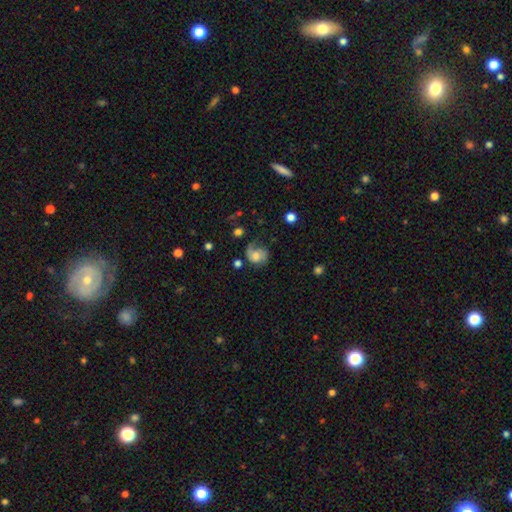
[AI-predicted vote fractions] featured or disk 48%, smooth 43%, star or artifact 9%. Down the decision tree: merging — none (44%).